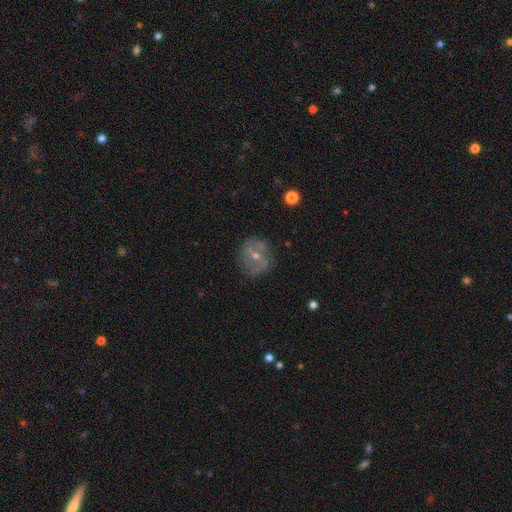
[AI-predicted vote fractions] Q: Smooth or featured?
A: featured or disk (62%); runner-up: smooth (25%)
Q: Edge-on disk?
A: no (96%); runner-up: yes (4%)
Q: Bar?
A: no (44%); runner-up: weak (40%)
Q: Spiral arms?
A: yes (62%); runner-up: no (38%)
Q: Bulge size?
A: small (53%); runner-up: moderate (42%)
Q: Merging?
A: none (76%); runner-up: minor disturbance (15%)